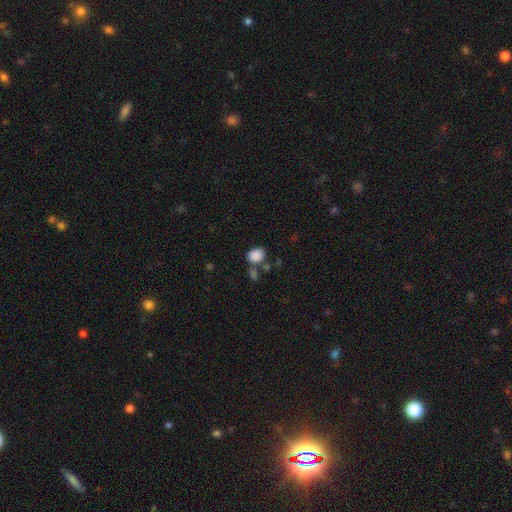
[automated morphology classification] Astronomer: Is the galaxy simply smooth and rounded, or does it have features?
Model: smooth — 86%.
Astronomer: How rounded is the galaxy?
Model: in between — 56% (runner-up: round, 43%).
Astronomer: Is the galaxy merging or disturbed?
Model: none — 60%.